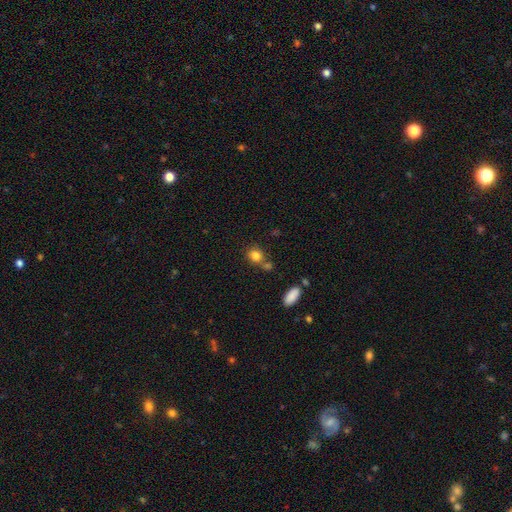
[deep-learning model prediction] Q: Smooth or featured?
A: smooth (82%); runner-up: star or artifact (11%)
Q: How rounded?
A: round (69%); runner-up: in between (30%)
Q: Merging?
A: none (59%); runner-up: merger (24%)